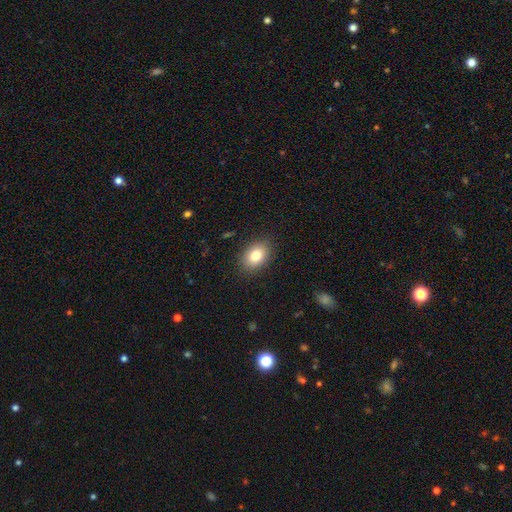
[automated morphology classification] smooth-or-featured: smooth: 82% | featured or disk: 10% | star or artifact: 9%
  how-rounded: in between: 78% | round: 21% | cigar-shaped: 1%
  merging: none: 88% | minor disturbance: 9% | major disturbance: 3% | merger: 1%